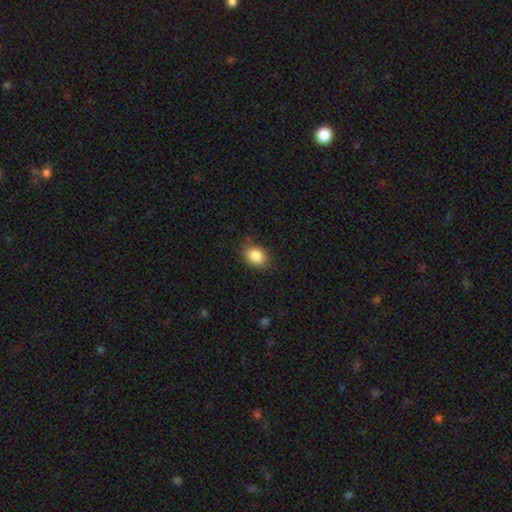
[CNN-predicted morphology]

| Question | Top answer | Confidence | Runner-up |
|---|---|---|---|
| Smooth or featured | smooth | 86% | star or artifact (9%) |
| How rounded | in between | 62% | round (37%) |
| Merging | none | 82% | minor disturbance (13%) |